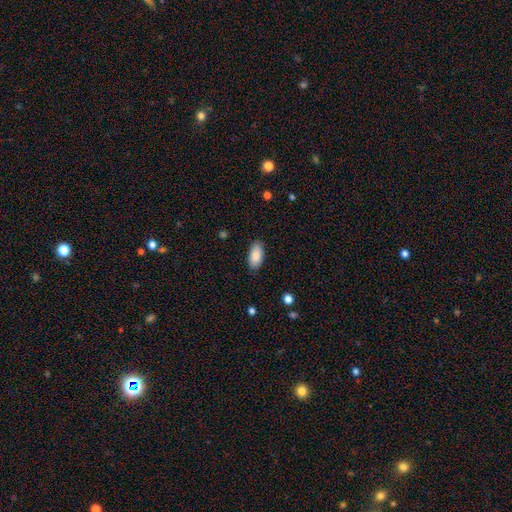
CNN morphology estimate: smooth-or-featured: smooth: 87% | featured or disk: 7% | star or artifact: 6%
  how-rounded: in between: 92% | cigar-shaped: 6% | round: 2%
  merging: none: 87% | minor disturbance: 10% | major disturbance: 2% | merger: 1%